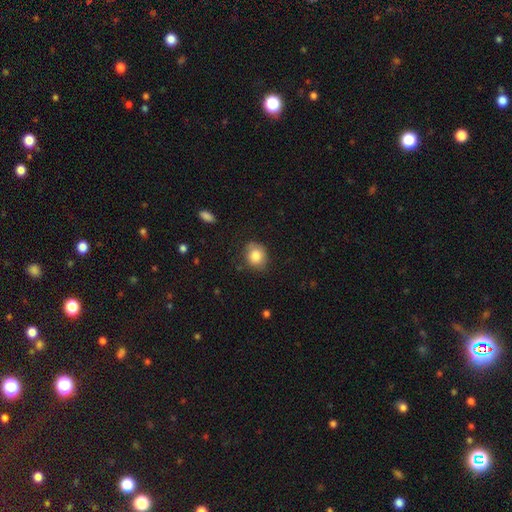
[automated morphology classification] A smooth galaxy with no disk features (82%) that is round (65%). Merging: none (74%).